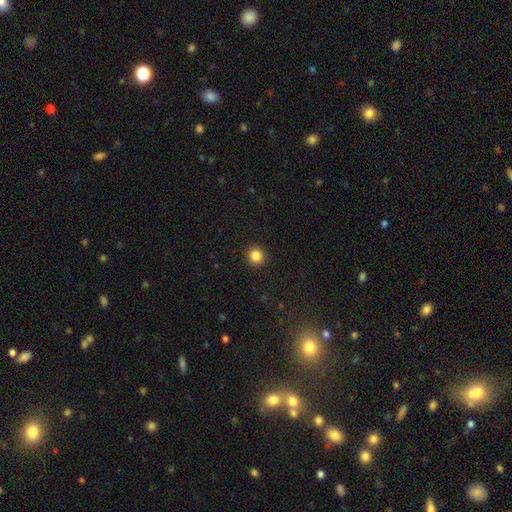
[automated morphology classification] smooth_or_featured: smooth (p=0.85) [alt: star or artifact p=0.11]
how_rounded: round (p=0.91) [alt: in between p=0.08]
merging: none (p=0.92) [alt: minor disturbance p=0.05]